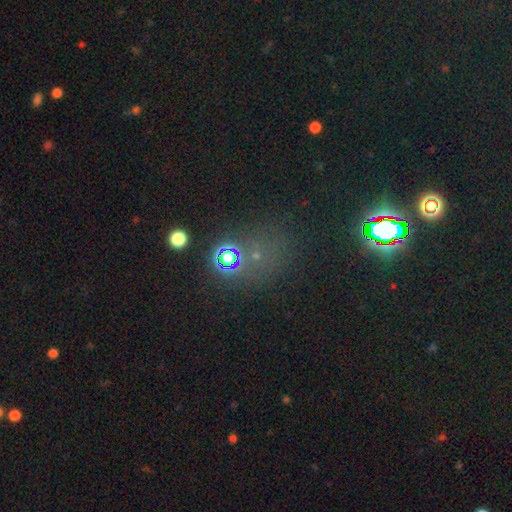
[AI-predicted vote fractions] Smooth or featured?
  - star or artifact: 55% *
  - smooth: 34%
  - featured or disk: 11%